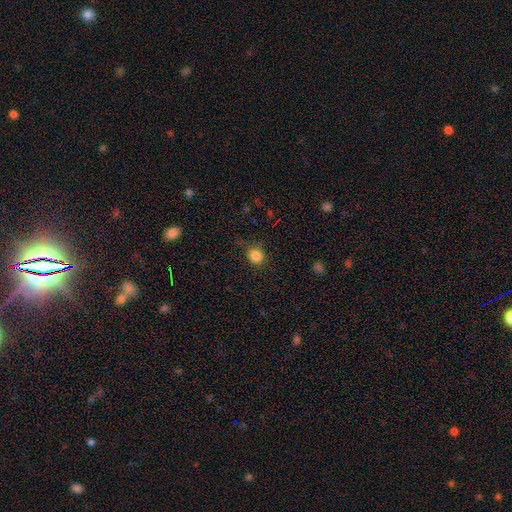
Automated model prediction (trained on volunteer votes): Q: Smooth or featured?
A: smooth (84%); runner-up: star or artifact (12%)
Q: How rounded?
A: round (79%); runner-up: in between (20%)
Q: Merging?
A: none (76%); runner-up: minor disturbance (17%)